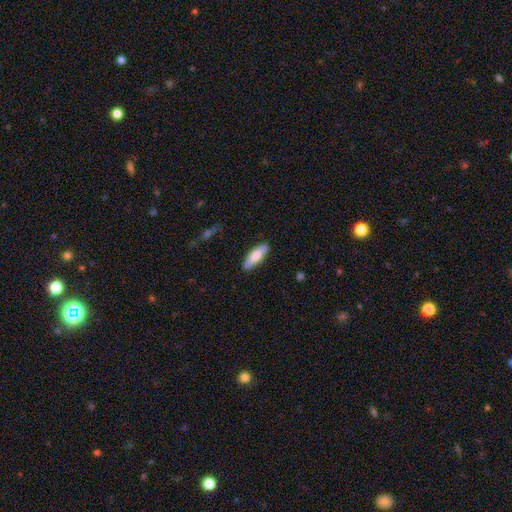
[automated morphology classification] A smooth galaxy with no disk features (75%) that is in between round and cigar-shaped (52%).

Vote fractions:
- Smooth or featured? smooth: 75% / featured or disk: 19% / star or artifact: 5%
- How rounded? in between: 52% / cigar-shaped: 46% / round: 2%
- Merging? none: 86% / minor disturbance: 11% / major disturbance: 2% / merger: 1%